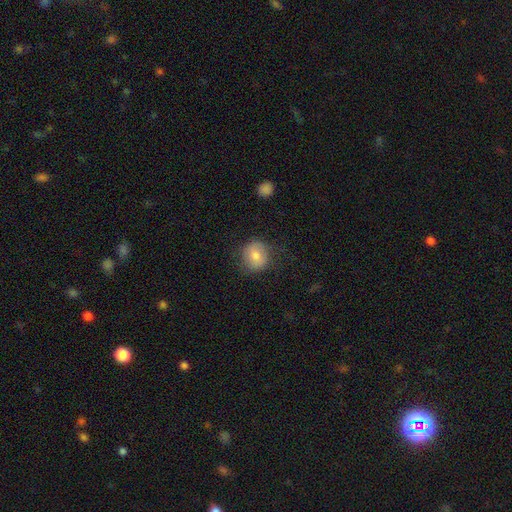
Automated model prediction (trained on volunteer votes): smooth-or-featured: smooth: 77% | featured or disk: 14% | star or artifact: 9%
  how-rounded: round: 82% | in between: 17% | cigar-shaped: 1%
  merging: none: 78% | minor disturbance: 15% | major disturbance: 5% | merger: 1%